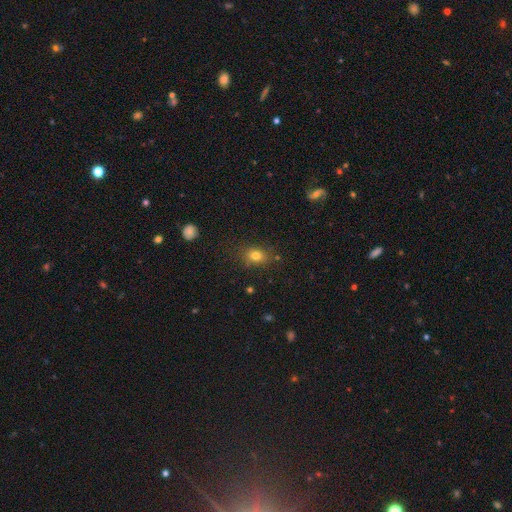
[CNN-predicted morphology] A smooth galaxy with no disk features (79%) that is in between round and cigar-shaped (60%).

Vote fractions:
- Smooth or featured? smooth: 79% / star or artifact: 13% / featured or disk: 8%
- How rounded? in between: 60% / round: 38% / cigar-shaped: 2%
- Merging? none: 77% / minor disturbance: 16% / major disturbance: 5% / merger: 3%